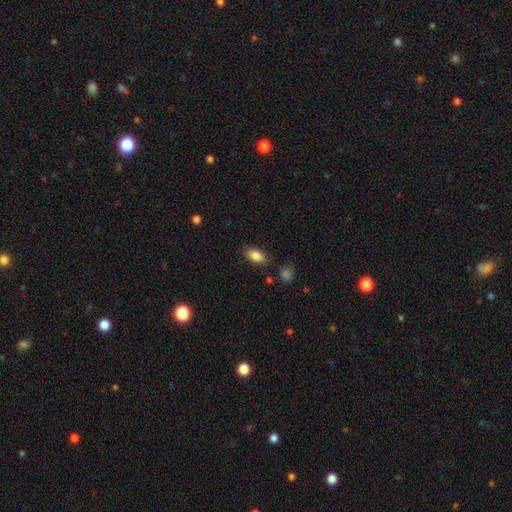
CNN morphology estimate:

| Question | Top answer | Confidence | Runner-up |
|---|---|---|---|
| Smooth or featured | smooth | 85% | star or artifact (8%) |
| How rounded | in between | 89% | cigar-shaped (6%) |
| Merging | none | 82% | minor disturbance (12%) |